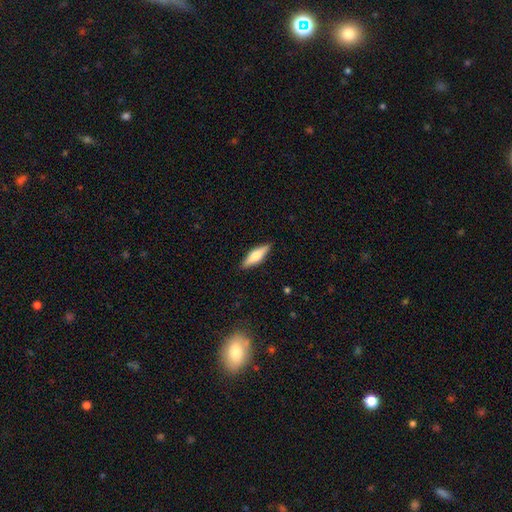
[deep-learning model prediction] A smooth galaxy with no disk features (52%) that is cigar-shaped (55%).

Vote fractions:
- Smooth or featured? smooth: 52% / featured or disk: 42% / star or artifact: 6%
- How rounded? cigar-shaped: 55% / in between: 42% / round: 2%
- Merging? none: 89% / minor disturbance: 8% / major disturbance: 2% / merger: 1%